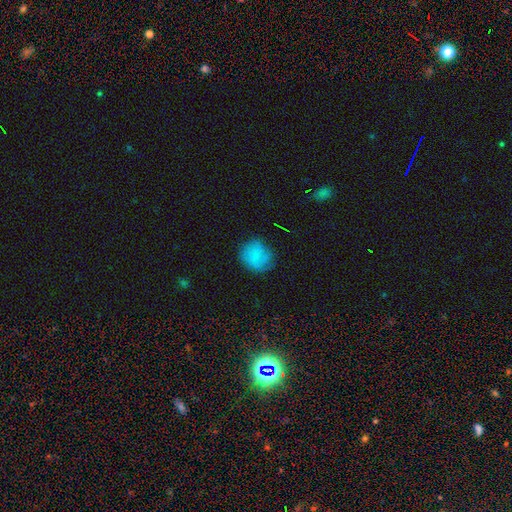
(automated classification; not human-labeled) Smooth or featured: smooth — 73% (featured or disk — 17%)
How rounded: round — 85% (in between — 14%)
Merging: none — 72% (minor disturbance — 20%)